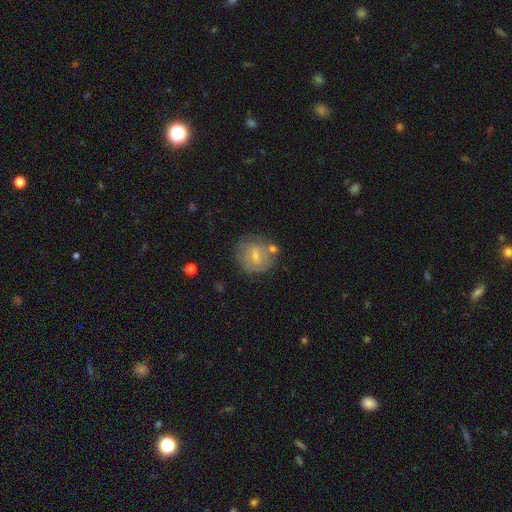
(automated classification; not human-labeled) Overall: smooth (54%; featured or disk 37%). How rounded: round (84%). Merging: none (60%).